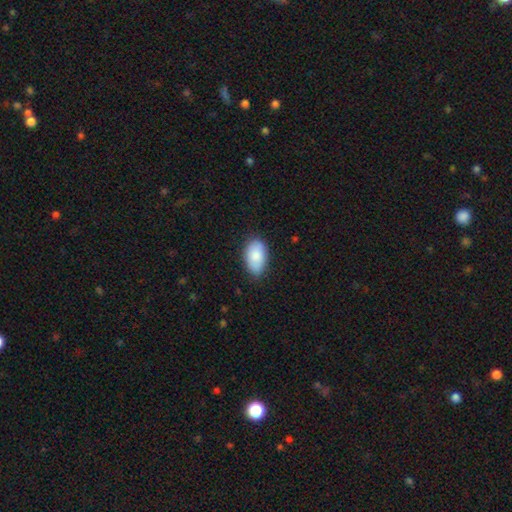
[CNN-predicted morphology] smooth-or-featured: smooth: 86% | featured or disk: 8% | star or artifact: 6%
  how-rounded: in between: 93% | round: 5% | cigar-shaped: 1%
  merging: none: 78% | minor disturbance: 18% | major disturbance: 3% | merger: 1%